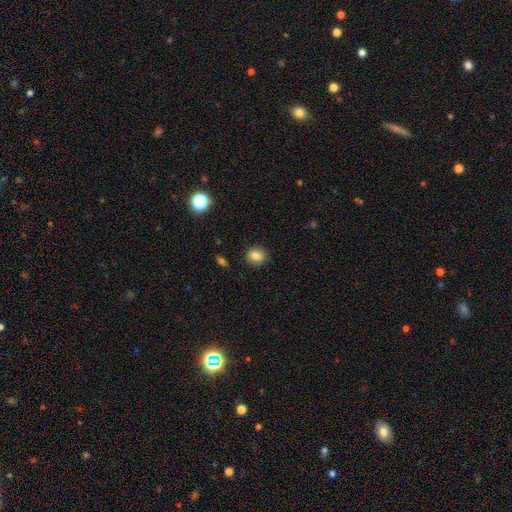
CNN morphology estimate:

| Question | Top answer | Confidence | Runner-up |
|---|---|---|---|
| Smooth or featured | smooth | 82% | star or artifact (10%) |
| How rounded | round | 63% | in between (36%) |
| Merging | none | 86% | minor disturbance (10%) |